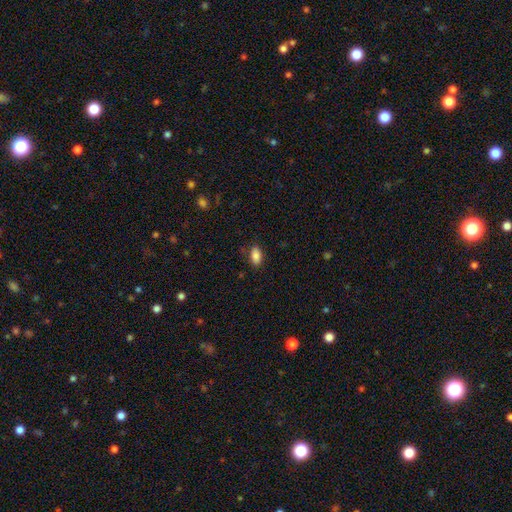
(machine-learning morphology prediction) The model was most divided on "merging": none: 82%, minor disturbance: 13%, major disturbance: 3%, merger: 1%. More confident: how rounded — in between (91%); smooth or featured — smooth (87%).